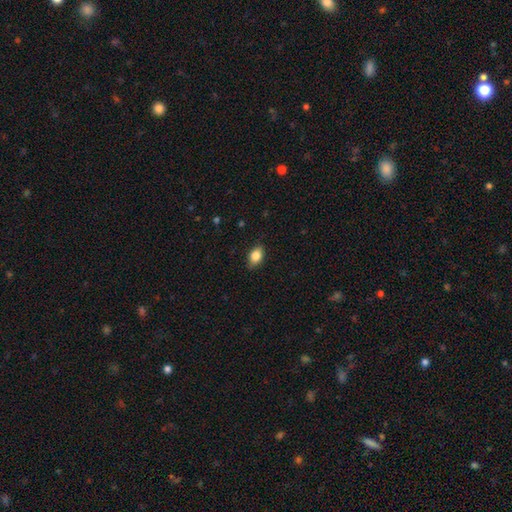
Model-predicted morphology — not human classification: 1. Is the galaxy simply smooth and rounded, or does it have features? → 85% smooth, 8% star or artifact, 8% featured or disk.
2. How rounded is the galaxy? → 84% in between, 14% round, 2% cigar-shaped.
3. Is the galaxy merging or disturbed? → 84% none, 13% minor disturbance, 2% major disturbance, 1% merger.